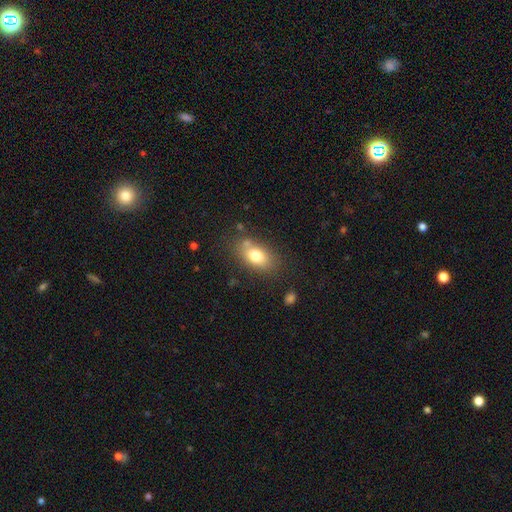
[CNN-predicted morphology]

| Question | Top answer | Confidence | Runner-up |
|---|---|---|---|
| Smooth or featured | smooth | 77% | featured or disk (14%) |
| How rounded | in between | 85% | round (12%) |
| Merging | none | 70% | minor disturbance (17%) |